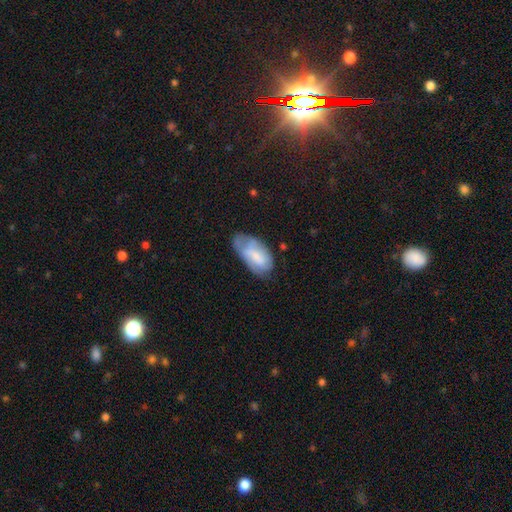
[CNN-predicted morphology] The model was most divided on "merging": none: 43%, minor disturbance: 37%, major disturbance: 16%, merger: 4%. More confident: how rounded — in between (93%); smooth or featured — smooth (62%).